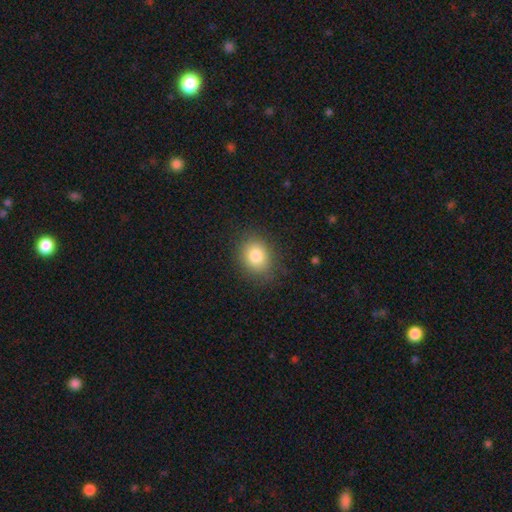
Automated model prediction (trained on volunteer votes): smooth-or-featured: smooth: 82% | star or artifact: 10% | featured or disk: 8%
  how-rounded: round: 59% | in between: 40% | cigar-shaped: 1%
  merging: none: 84% | minor disturbance: 12% | major disturbance: 4% | merger: 1%